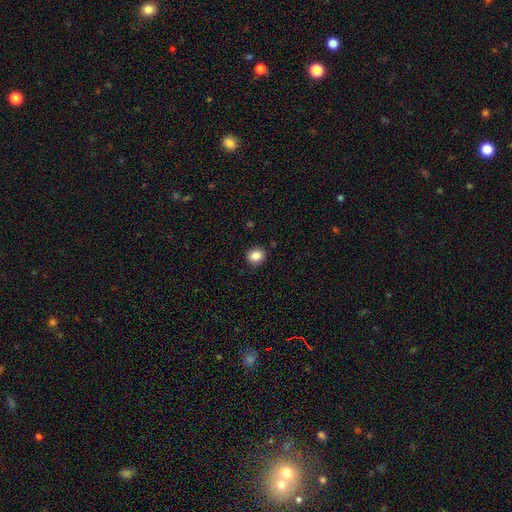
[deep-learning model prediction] Smooth or featured?
  - smooth: 85% *
  - star or artifact: 10%
  - featured or disk: 5%
How rounded?
  - round: 70% *
  - in between: 29%
  - cigar-shaped: 1%
Merging?
  - none: 89% *
  - minor disturbance: 8%
  - major disturbance: 2%
  - merger: 1%